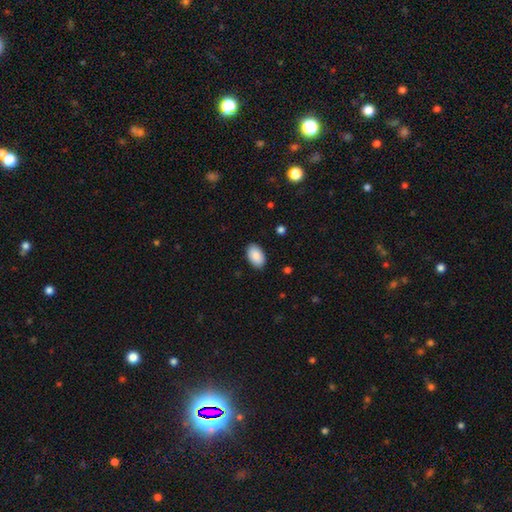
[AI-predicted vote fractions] Overall: smooth (89%). How rounded: in between (94%). Merging: none (88%).